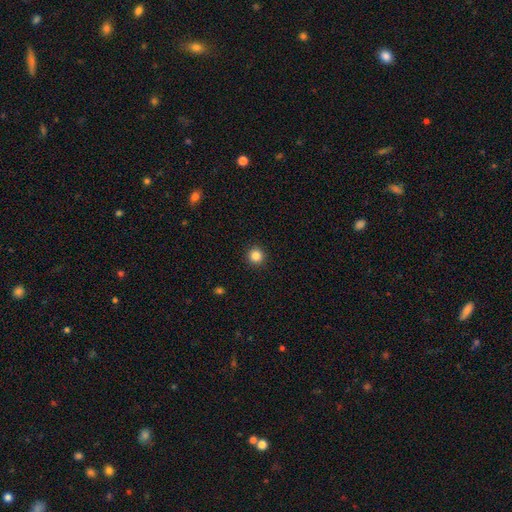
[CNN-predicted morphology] Q: Smooth or featured?
A: smooth (85%); runner-up: star or artifact (11%)
Q: How rounded?
A: round (95%); runner-up: in between (4%)
Q: Merging?
A: none (93%); runner-up: minor disturbance (4%)